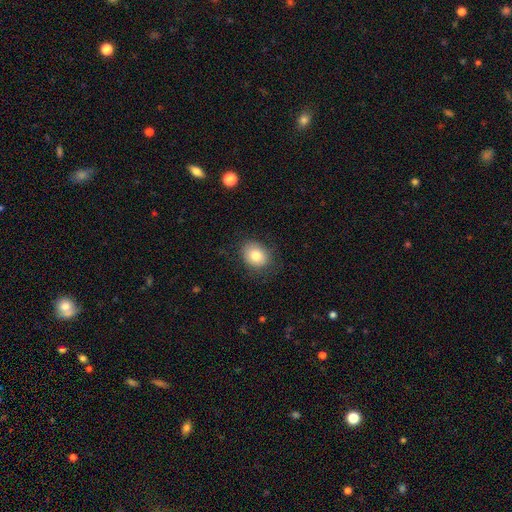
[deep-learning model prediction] The model was most divided on "how rounded": in between: 51%, round: 48%, cigar-shaped: 1%. More confident: smooth or featured — smooth (80%); merging — none (79%).